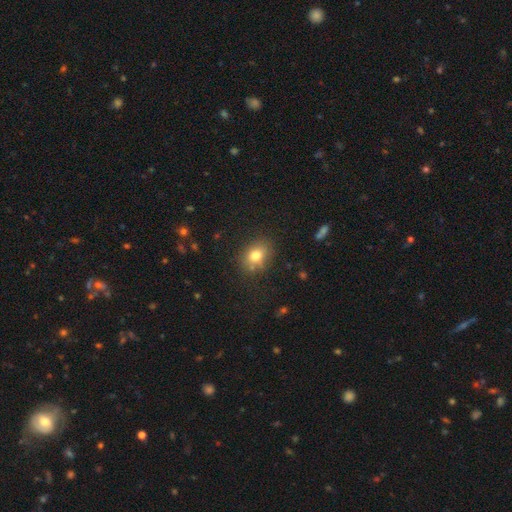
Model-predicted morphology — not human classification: The model was most divided on "how rounded": in between: 57%, round: 42%, cigar-shaped: 1%. More confident: smooth or featured — smooth (78%); merging — none (76%).